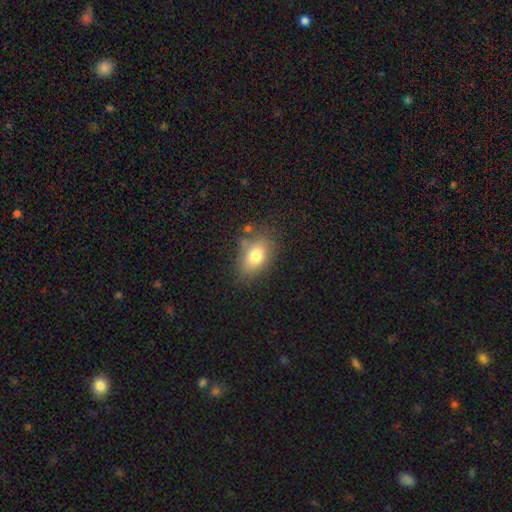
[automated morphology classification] Smooth or featured?
  - smooth: 77% *
  - featured or disk: 13%
  - star or artifact: 10%
How rounded?
  - in between: 82% *
  - round: 16%
  - cigar-shaped: 2%
Merging?
  - none: 70% *
  - minor disturbance: 18%
  - major disturbance: 6%
  - merger: 6%